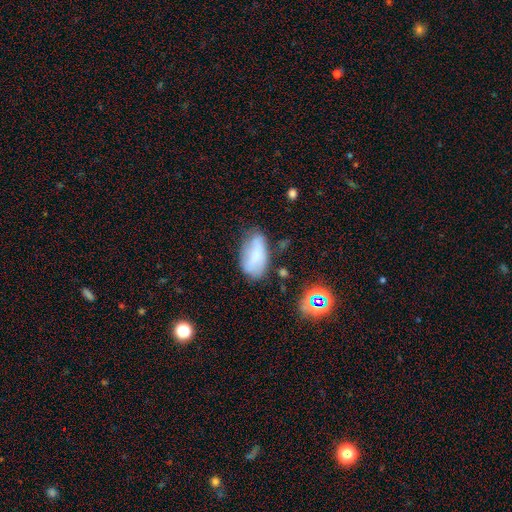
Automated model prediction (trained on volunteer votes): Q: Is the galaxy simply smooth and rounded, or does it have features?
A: smooth — 71%.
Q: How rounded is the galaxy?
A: in between — 93%.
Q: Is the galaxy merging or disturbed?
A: none — 50%.